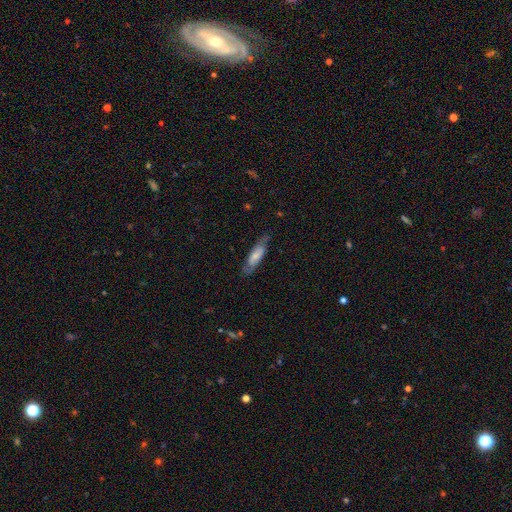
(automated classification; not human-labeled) Q: Smooth or featured?
A: smooth (51%); runner-up: featured or disk (42%)
Q: How rounded?
A: cigar-shaped (57%); runner-up: in between (41%)
Q: Merging?
A: none (73%); runner-up: minor disturbance (19%)